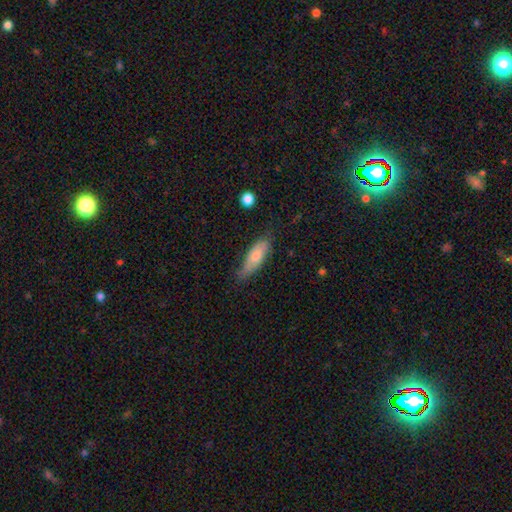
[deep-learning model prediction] This appears to be a smooth galaxy with no disk features (68%) that is in between round and cigar-shaped (57%). Merging: none (67%).